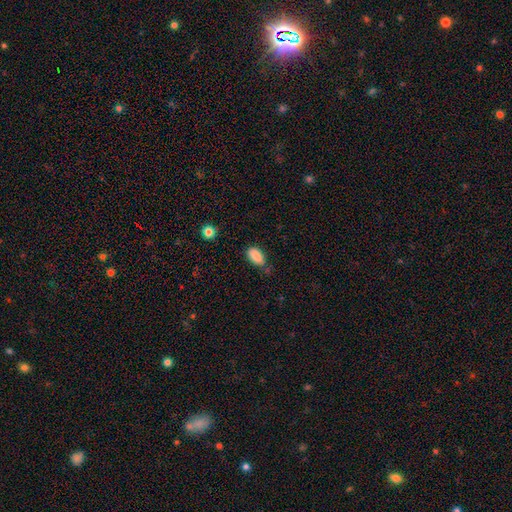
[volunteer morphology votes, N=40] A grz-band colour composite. It shows a smooth galaxy with no disk features (98%) that is in between round and cigar-shaped (90%). Merging: none (82%).